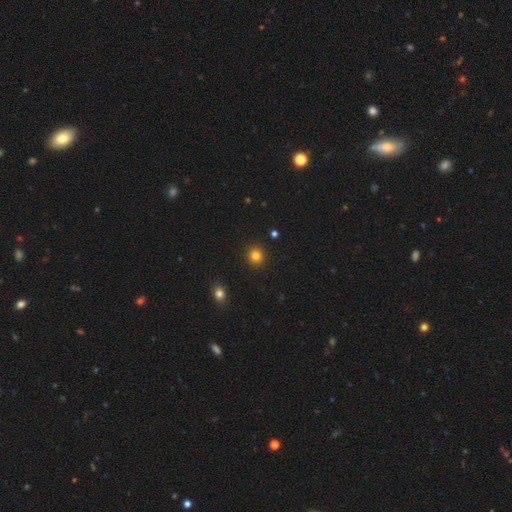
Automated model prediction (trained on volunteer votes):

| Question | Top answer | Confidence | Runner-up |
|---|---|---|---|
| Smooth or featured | smooth | 82% | star or artifact (13%) |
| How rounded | round | 89% | in between (10%) |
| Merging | none | 92% | minor disturbance (5%) |